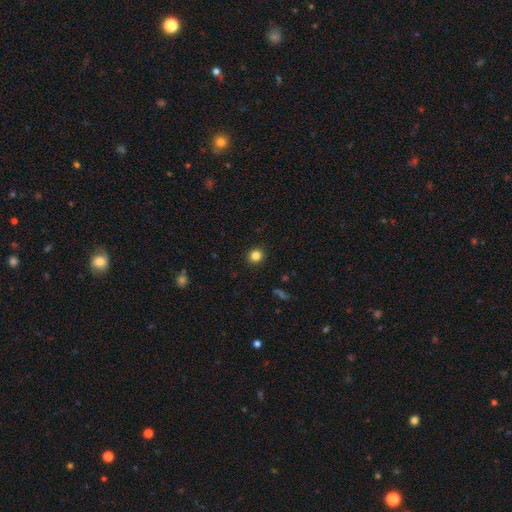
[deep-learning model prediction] Morphology: type=smooth (83%); roundness=round (89%); merging=none (92%).